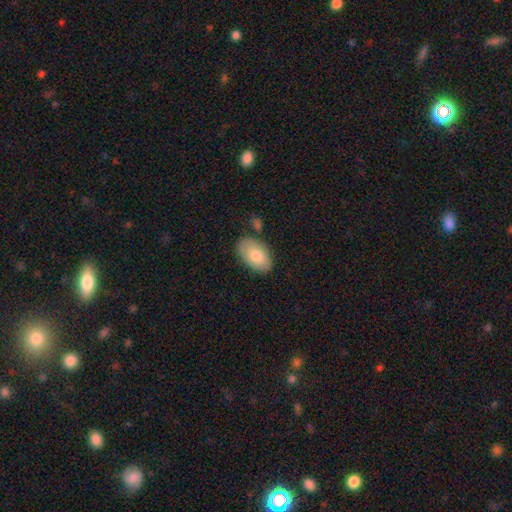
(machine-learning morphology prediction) smooth_or_featured: smooth (p=0.76) [alt: featured or disk p=0.18]
how_rounded: in between (p=0.92) [alt: round p=0.07]
merging: none (p=0.74) [alt: minor disturbance p=0.17]